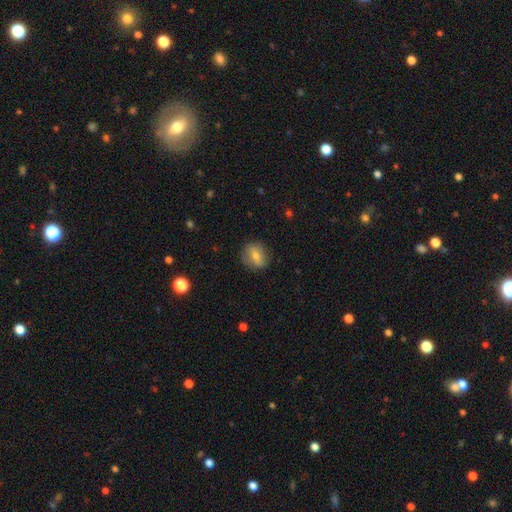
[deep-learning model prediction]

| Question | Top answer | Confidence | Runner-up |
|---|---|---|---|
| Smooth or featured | smooth | 61% | featured or disk (28%) |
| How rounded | round | 64% | in between (34%) |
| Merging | none | 84% | minor disturbance (11%) |